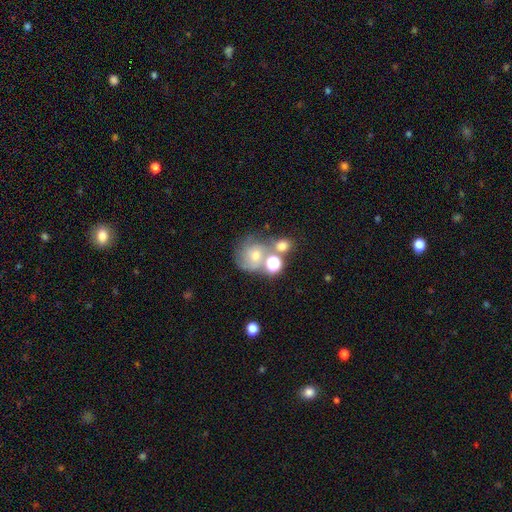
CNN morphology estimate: This is marginally a smooth galaxy (45%). Merging: marginally none (41%).